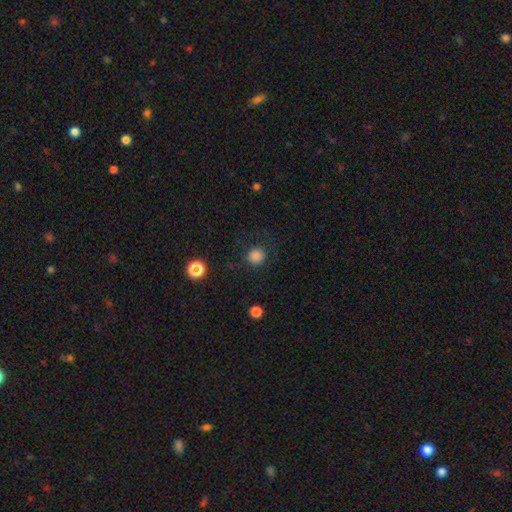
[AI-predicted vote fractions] The model was most divided on "smooth or featured": smooth: 84%, star or artifact: 12%, featured or disk: 4%. More confident: how rounded — round (92%); merging — none (84%).